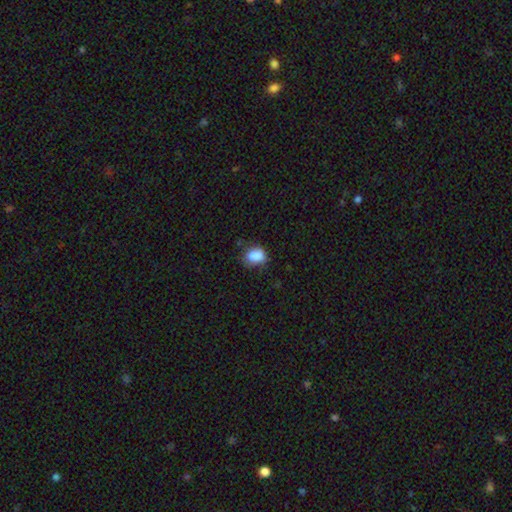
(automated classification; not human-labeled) This appears to be a smooth galaxy with no disk features (85%) that is in between round and cigar-shaped (69%). Merging: none (59%).